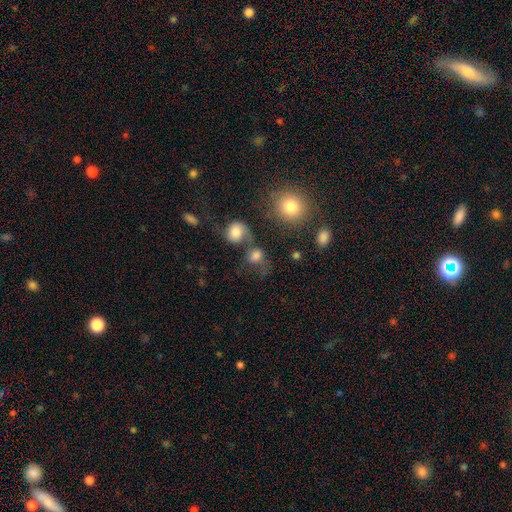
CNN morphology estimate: type=smooth (72%); roundness=round (65%); merging=none (36%).